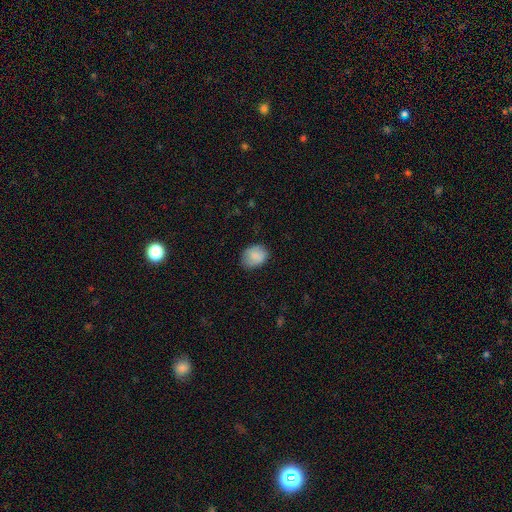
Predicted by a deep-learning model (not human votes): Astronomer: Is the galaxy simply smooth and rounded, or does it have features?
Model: smooth — 85%.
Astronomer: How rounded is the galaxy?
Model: in between — 57% (runner-up: round, 42%).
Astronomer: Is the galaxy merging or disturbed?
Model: none — 75%.